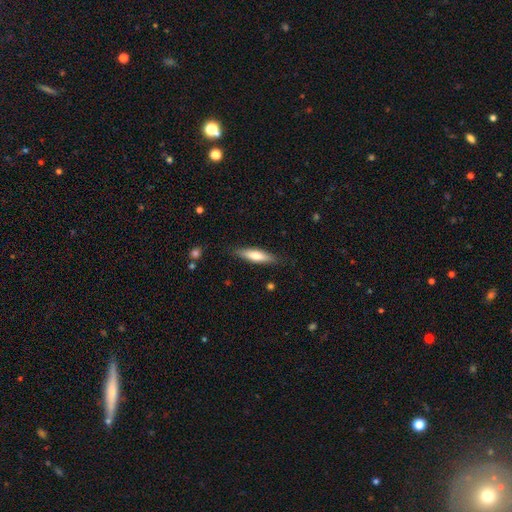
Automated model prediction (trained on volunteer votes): Smooth or featured? Predicted: smooth (p=0.64). How rounded? Predicted: cigar-shaped (p=0.71). Merging? Predicted: none (p=0.85).